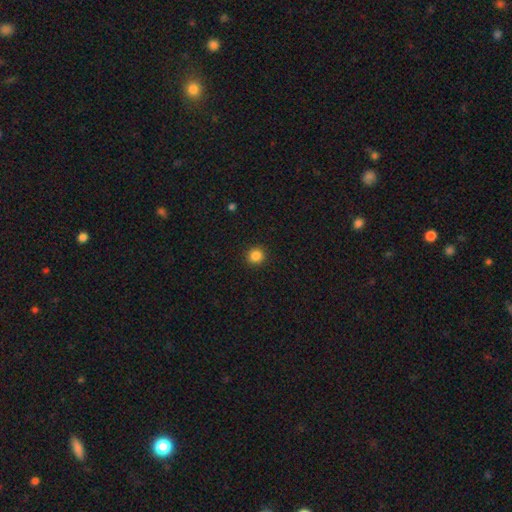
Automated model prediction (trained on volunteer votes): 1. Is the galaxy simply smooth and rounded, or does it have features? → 86% smooth, 11% star or artifact, 3% featured or disk.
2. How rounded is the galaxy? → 92% round, 7% in between, 1% cigar-shaped.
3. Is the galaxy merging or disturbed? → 92% none, 5% minor disturbance, 2% major disturbance, 1% merger.